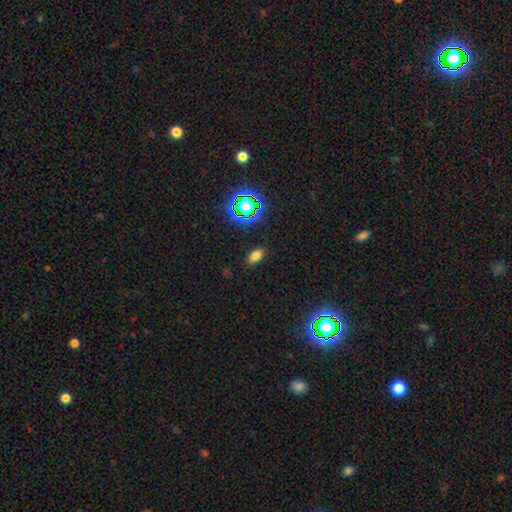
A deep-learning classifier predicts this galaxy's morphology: A smooth galaxy with no disk features (73%) that is in between round and cigar-shaped (89%). Merging: none (87%).